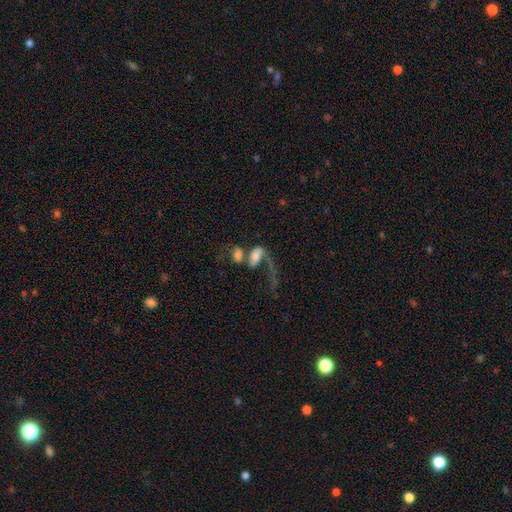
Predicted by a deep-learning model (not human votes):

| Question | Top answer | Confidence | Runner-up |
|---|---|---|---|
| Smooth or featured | smooth | 50% | featured or disk (38%) |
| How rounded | in between | 84% | round (9%) |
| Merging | merger | 59% | major disturbance (23%) |